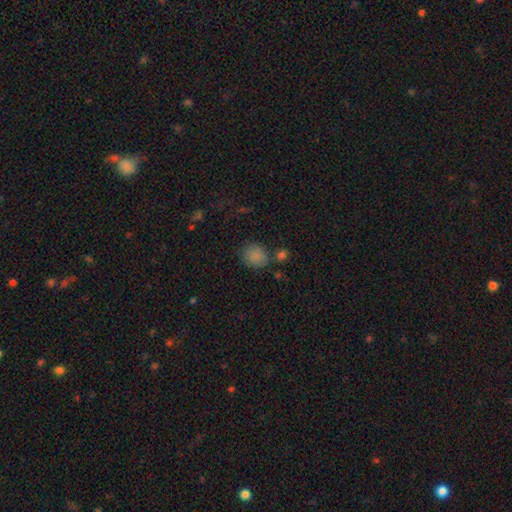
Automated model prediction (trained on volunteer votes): This appears to be a smooth galaxy with no disk features (84%) that is round (67%). Merging: none (74%).